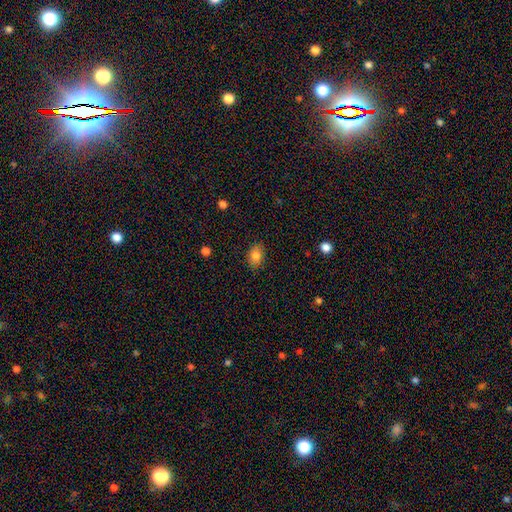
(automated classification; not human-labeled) smooth-or-featured: smooth: 83% | star or artifact: 9% | featured or disk: 7%
  how-rounded: in between: 78% | round: 21% | cigar-shaped: 1%
  merging: none: 87% | minor disturbance: 10% | major disturbance: 2% | merger: 1%